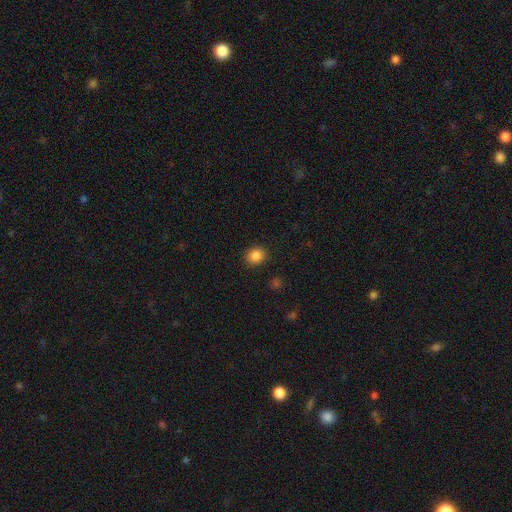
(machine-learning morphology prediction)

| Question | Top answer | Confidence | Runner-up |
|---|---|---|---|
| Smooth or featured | smooth | 86% | star or artifact (10%) |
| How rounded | round | 70% | in between (30%) |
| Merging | none | 89% | minor disturbance (7%) |